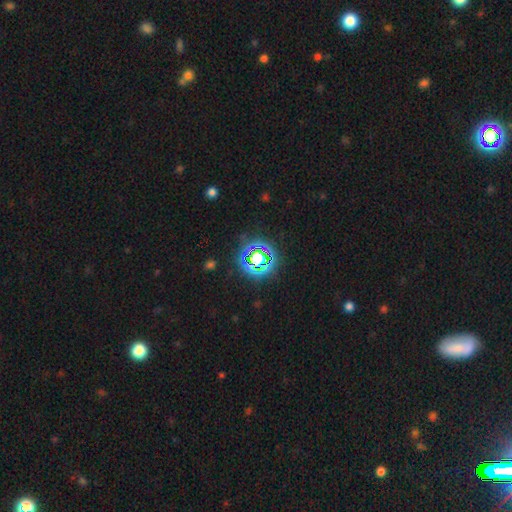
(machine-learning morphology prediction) Smooth or featured: star or artifact — 76% (smooth — 16%)